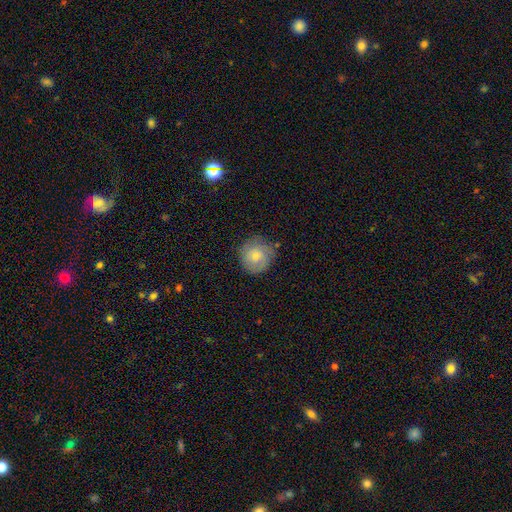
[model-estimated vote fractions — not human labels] The model was most divided on "smooth or featured": smooth: 58%, featured or disk: 34%, star or artifact: 8%. More confident: how rounded — round (91%); merging — none (76%).